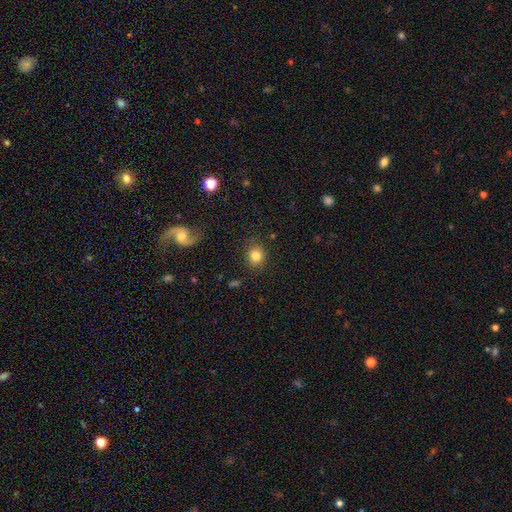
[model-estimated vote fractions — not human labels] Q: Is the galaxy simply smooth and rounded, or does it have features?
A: smooth — 82%.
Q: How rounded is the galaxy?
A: round — 84%.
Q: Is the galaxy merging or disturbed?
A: none — 87%.